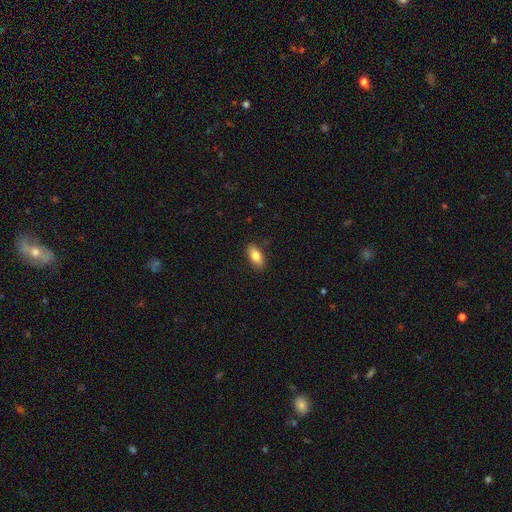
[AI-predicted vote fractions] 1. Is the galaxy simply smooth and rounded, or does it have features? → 83% smooth, 10% featured or disk, 7% star or artifact.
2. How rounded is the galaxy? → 88% in between, 8% cigar-shaped, 4% round.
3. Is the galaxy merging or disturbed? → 86% none, 11% minor disturbance, 2% major disturbance, 1% merger.